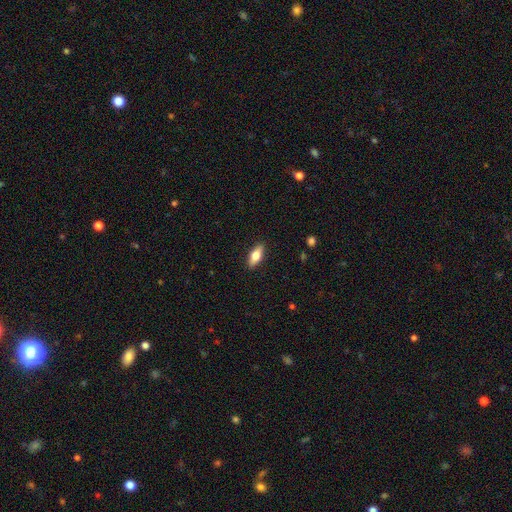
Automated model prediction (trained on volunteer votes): smooth_or_featured: smooth (p=0.69) [alt: featured or disk p=0.25]
how_rounded: in between (p=0.75) [alt: cigar-shaped p=0.22]
merging: none (p=0.89) [alt: minor disturbance p=0.08]